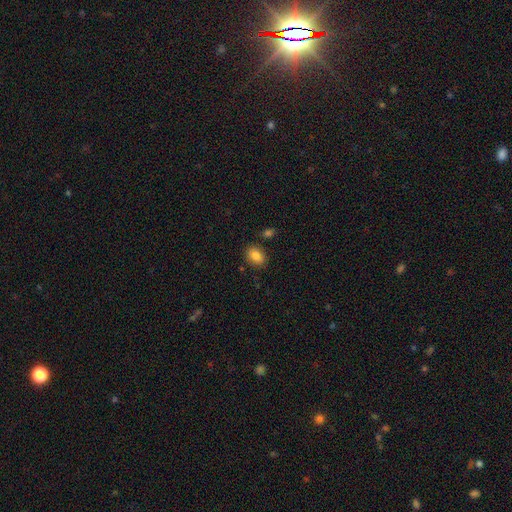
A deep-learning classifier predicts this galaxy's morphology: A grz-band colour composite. It shows a smooth galaxy with no disk features (85%) that is in between round and cigar-shaped (71%). Merging: none (83%).